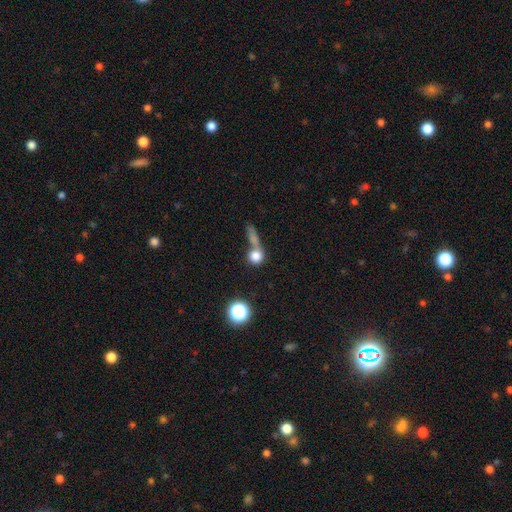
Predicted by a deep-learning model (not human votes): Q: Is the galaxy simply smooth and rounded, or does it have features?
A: smooth — 76%.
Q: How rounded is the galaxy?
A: round — 84%.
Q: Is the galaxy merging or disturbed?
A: none — 42%.